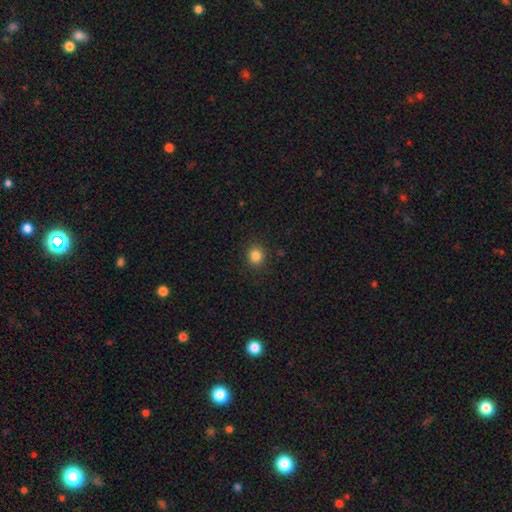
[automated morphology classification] smooth-or-featured: smooth: 84% | star or artifact: 12% | featured or disk: 4%
  how-rounded: round: 87% | in between: 12% | cigar-shaped: 1%
  merging: none: 90% | minor disturbance: 6% | major disturbance: 2% | merger: 1%